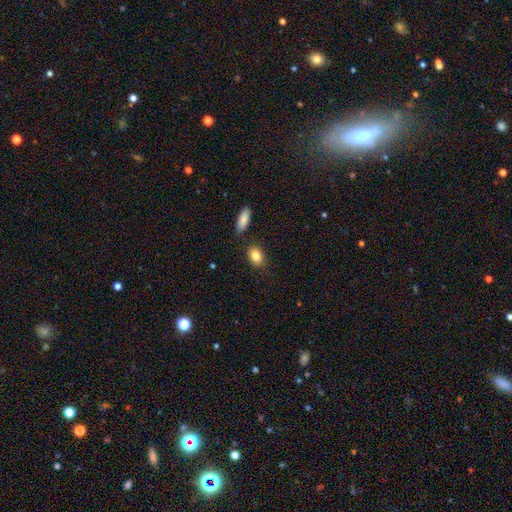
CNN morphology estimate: type=smooth (85%); roundness=in between (83%); merging=none (81%).